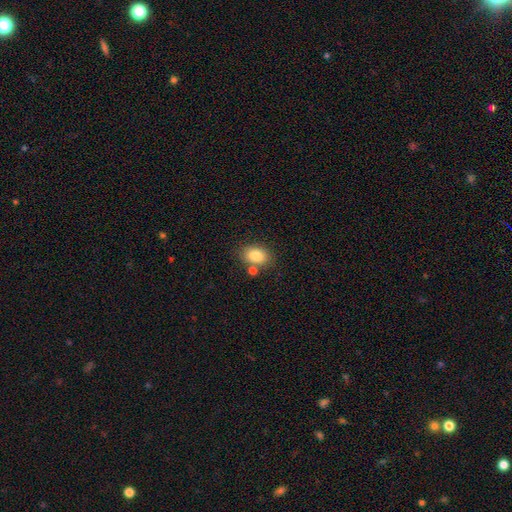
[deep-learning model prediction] Smooth or featured? smooth (83%)
How rounded? in between (79%)
Merging? none (72%)